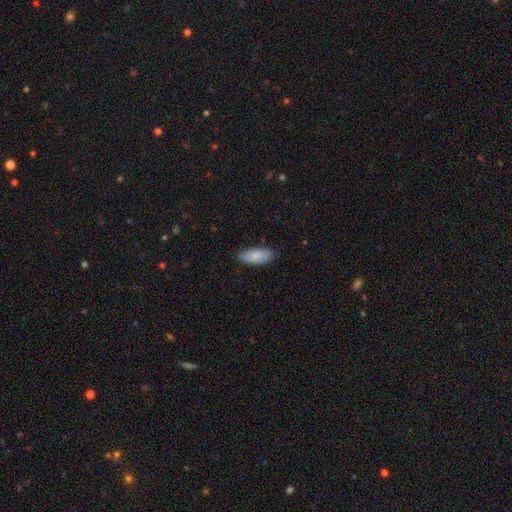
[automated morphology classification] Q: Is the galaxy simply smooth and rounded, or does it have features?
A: smooth — 85%.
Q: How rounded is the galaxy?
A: in between — 84%.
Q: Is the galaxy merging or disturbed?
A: none — 83%.